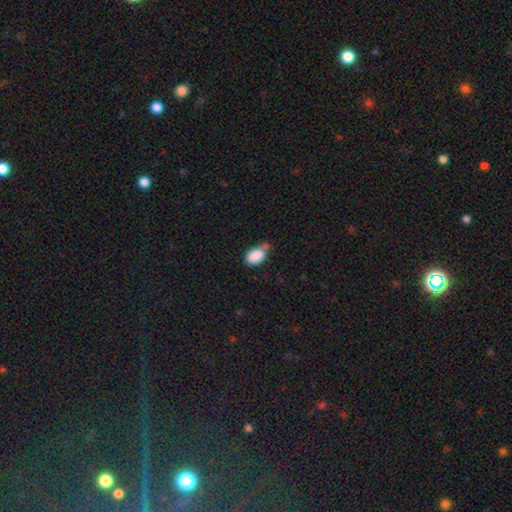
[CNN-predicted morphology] smooth 88%, star or artifact 8%, featured or disk 4%. Down the decision tree: how rounded — in between (88%); merging — none (47%).